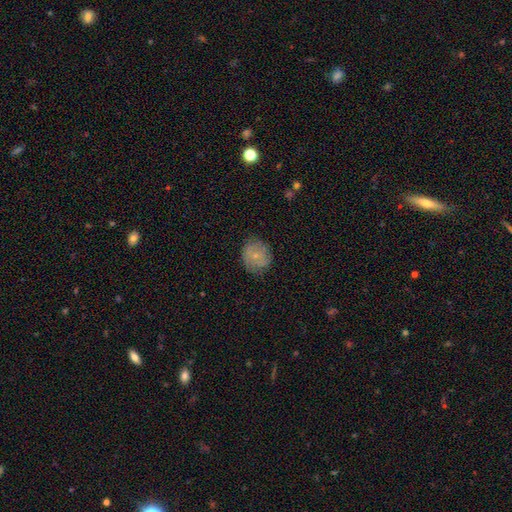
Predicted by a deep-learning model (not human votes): smooth 58%, featured or disk 33%, star or artifact 10%. Down the decision tree: how rounded — round (80%); merging — none (73%).